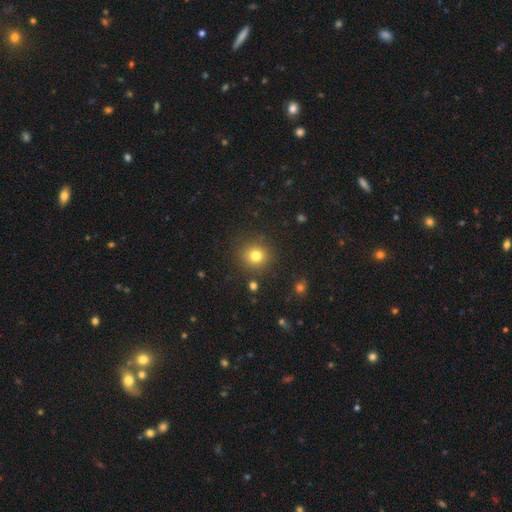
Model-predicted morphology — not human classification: smooth_or_featured: smooth (p=0.79) [alt: star or artifact p=0.14]
how_rounded: round (p=0.91) [alt: in between p=0.08]
merging: none (p=0.88) [alt: minor disturbance p=0.07]